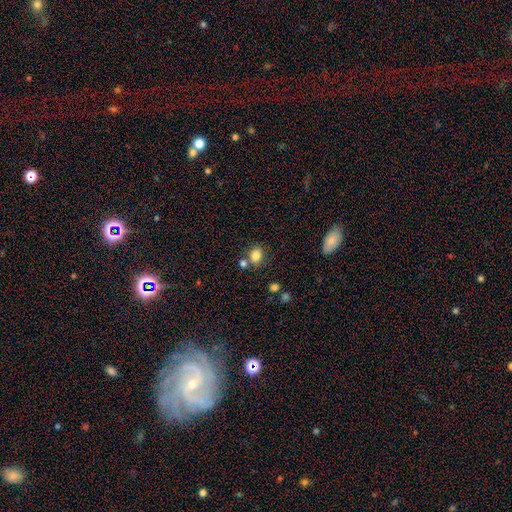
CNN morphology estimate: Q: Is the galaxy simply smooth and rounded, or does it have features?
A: smooth — 83%.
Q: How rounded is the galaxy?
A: round — 50%.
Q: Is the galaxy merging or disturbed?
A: none — 67%.